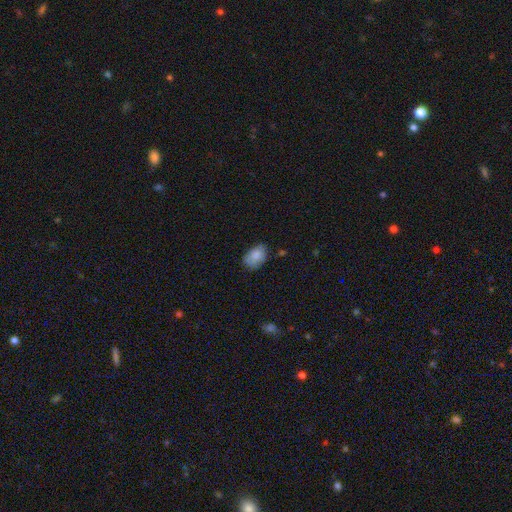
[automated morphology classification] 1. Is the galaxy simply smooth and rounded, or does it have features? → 84% smooth, 9% featured or disk, 7% star or artifact.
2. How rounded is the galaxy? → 84% in between, 15% round, 1% cigar-shaped.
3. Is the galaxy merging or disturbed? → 69% none, 25% minor disturbance, 5% major disturbance, 2% merger.